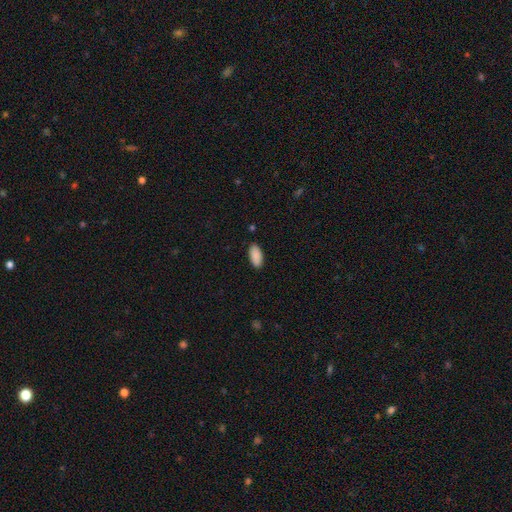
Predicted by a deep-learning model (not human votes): smooth 90%, star or artifact 6%, featured or disk 4%. Down the decision tree: how rounded — in between (92%); merging — none (88%).